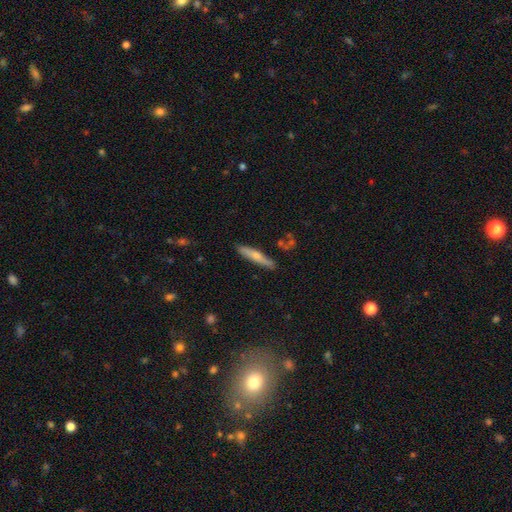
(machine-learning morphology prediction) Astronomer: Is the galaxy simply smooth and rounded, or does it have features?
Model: smooth — 58% (runner-up: featured or disk, 36%).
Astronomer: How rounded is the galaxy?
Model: cigar-shaped — 89%.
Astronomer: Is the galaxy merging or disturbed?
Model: none — 84%.